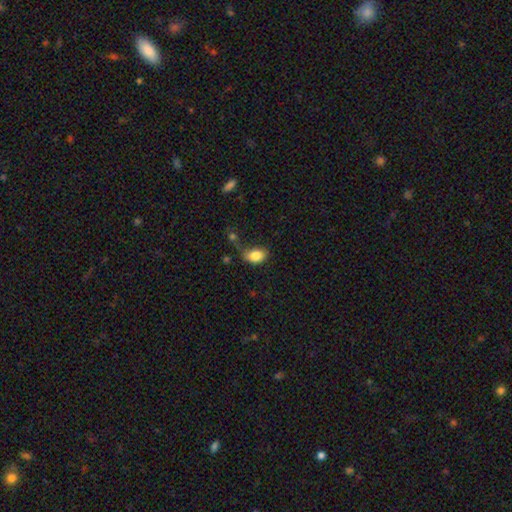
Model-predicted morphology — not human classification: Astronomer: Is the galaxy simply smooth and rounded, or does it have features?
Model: smooth — 84%.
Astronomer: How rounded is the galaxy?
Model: in between — 78%.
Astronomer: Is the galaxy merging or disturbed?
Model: none — 42% (runner-up: minor disturbance, 27%).